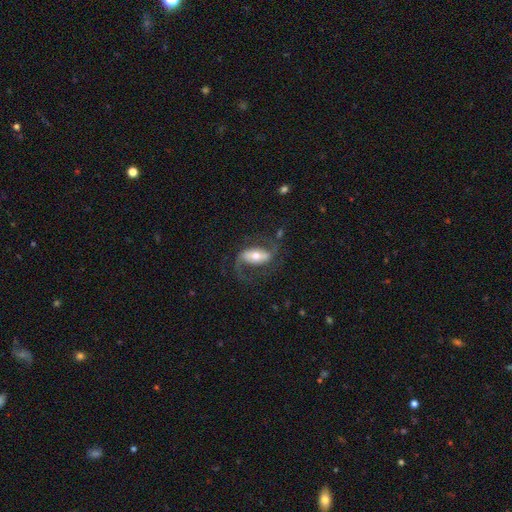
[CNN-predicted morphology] Q: Smooth or featured?
A: featured or disk (80%); runner-up: smooth (15%)
Q: Edge-on disk?
A: no (94%); runner-up: yes (6%)
Q: Bar?
A: strong (51%); runner-up: weak (29%)
Q: Spiral arms?
A: yes (93%); runner-up: no (7%)
Q: Spiral winding?
A: loose (47%); runner-up: medium (43%)
Q: Spiral arm count?
A: 2 (88%); runner-up: 1 (6%)
Q: Bulge size?
A: moderate (61%); runner-up: small (25%)
Q: Merging?
A: none (65%); runner-up: major disturbance (17%)